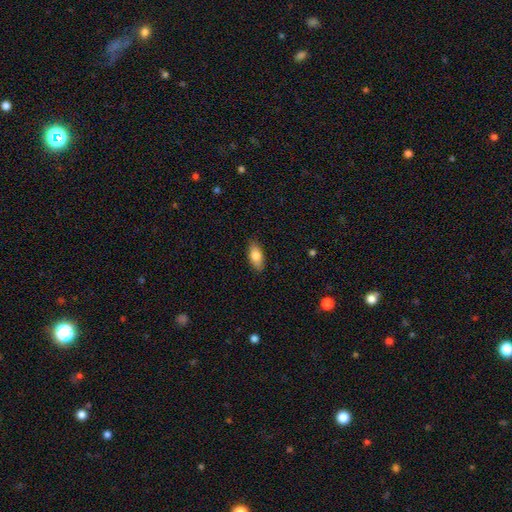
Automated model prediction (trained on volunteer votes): This appears to be a smooth galaxy with no disk features (80%) that is in between round and cigar-shaped (86%). Merging: none (87%).